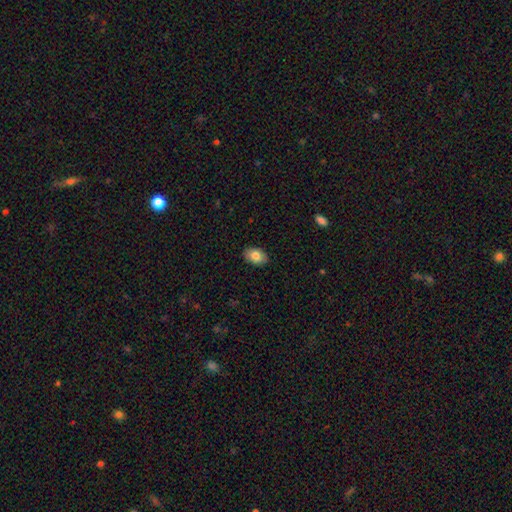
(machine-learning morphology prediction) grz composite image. It shows a smooth galaxy with no disk features (84%) that is in between round and cigar-shaped (88%). Merging: none (89%).